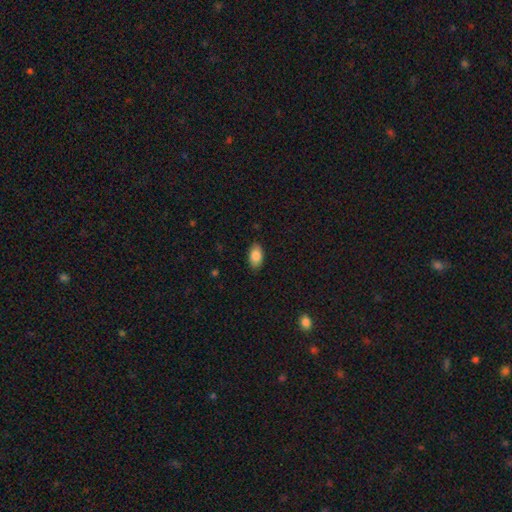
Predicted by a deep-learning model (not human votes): Smooth or featured?
  - smooth: 86% *
  - star or artifact: 7%
  - featured or disk: 6%
How rounded?
  - in between: 93% *
  - round: 5%
  - cigar-shaped: 2%
Merging?
  - none: 87% *
  - minor disturbance: 10%
  - major disturbance: 2%
  - merger: 1%